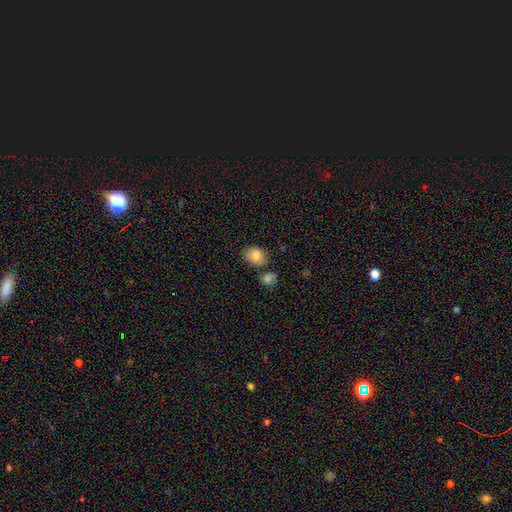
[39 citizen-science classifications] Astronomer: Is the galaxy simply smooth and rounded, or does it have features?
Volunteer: smooth — 85%.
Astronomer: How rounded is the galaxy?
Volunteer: in between — 58% (runner-up: round, 42%).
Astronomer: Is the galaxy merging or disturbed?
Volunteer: none — 75%.